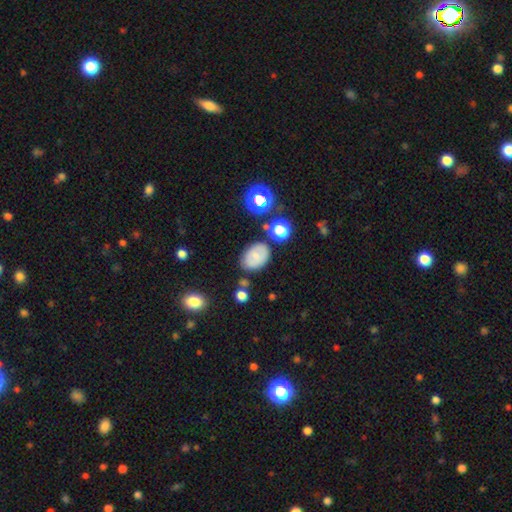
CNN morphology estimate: A smooth galaxy with no disk features (68%) that is in between round and cigar-shaped (81%). Merging: none (74%).